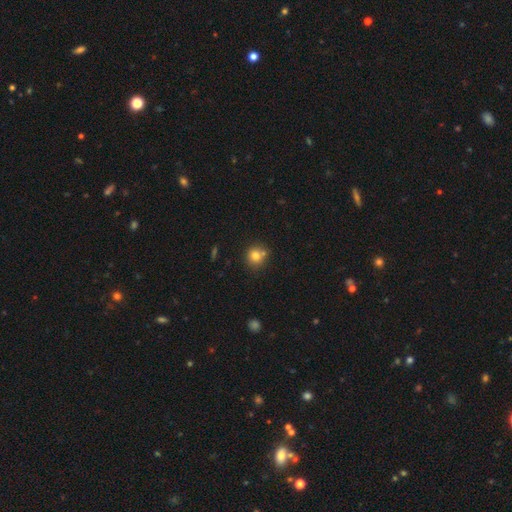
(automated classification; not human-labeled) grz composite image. It shows a smooth galaxy with no disk features (79%) that is round (89%). Merging: none (68%).